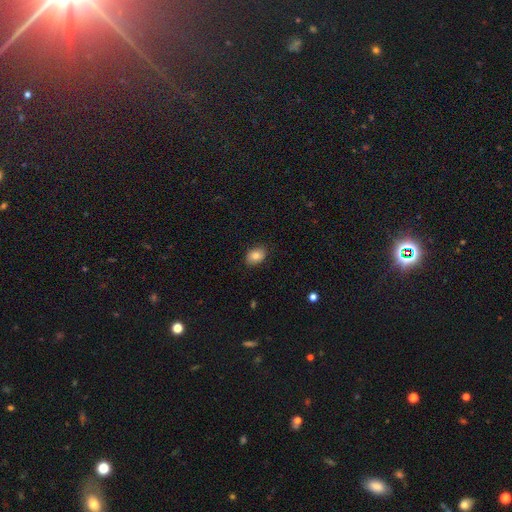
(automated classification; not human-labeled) smooth 82%, featured or disk 10%, star or artifact 8%. Down the decision tree: how rounded — in between (83%); merging — none (86%).